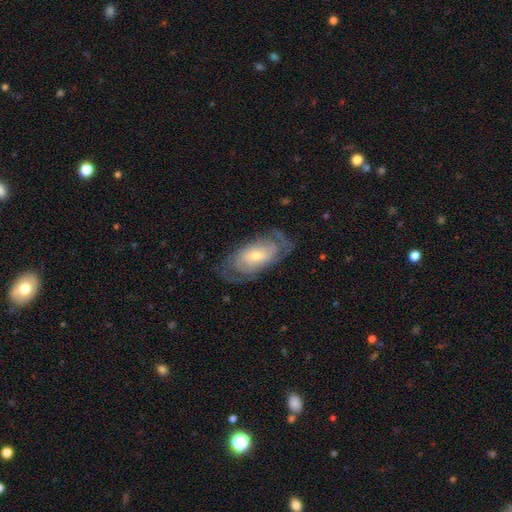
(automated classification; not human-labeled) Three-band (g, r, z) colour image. It shows a featured or disk galaxy (72%) with no bar (69%), tight (58%) spiral arms (83%) and a small central bulge (49%). Merging: none (67%).